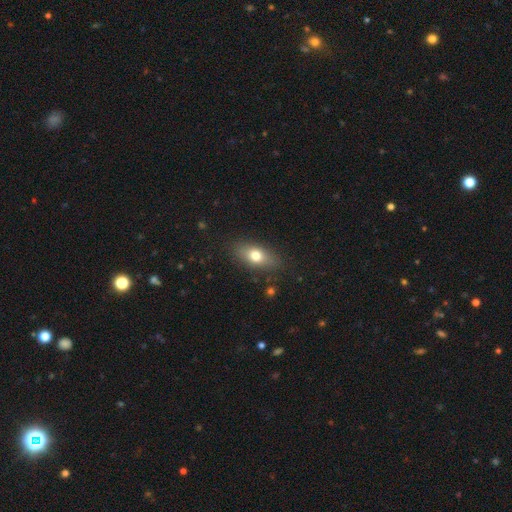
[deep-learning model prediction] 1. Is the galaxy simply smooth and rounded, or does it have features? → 73% smooth, 18% featured or disk, 9% star or artifact.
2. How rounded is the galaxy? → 79% in between, 11% cigar-shaped, 10% round.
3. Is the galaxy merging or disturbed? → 84% none, 11% minor disturbance, 3% major disturbance, 1% merger.